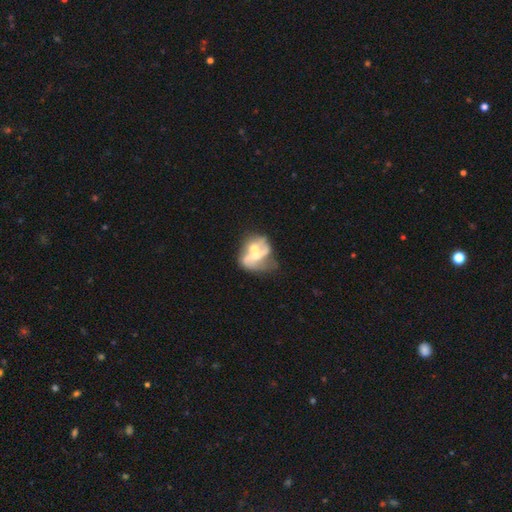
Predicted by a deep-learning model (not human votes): This appears to be a featured or disk galaxy (63%) with no bar (69%), no spiral arms (60%) and a moderate central bulge (53%). Merging: merger (48%).